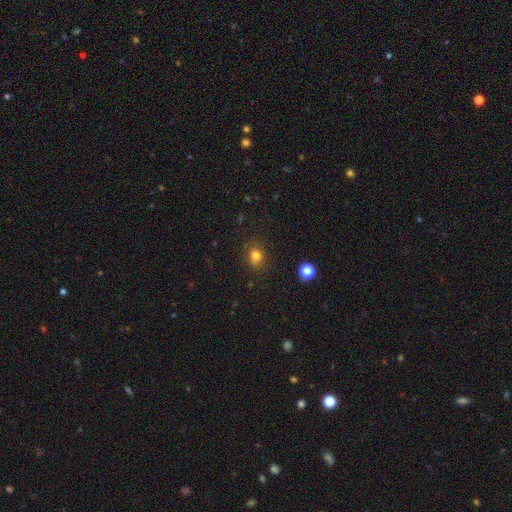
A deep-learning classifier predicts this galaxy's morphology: smooth 78%, star or artifact 15%, featured or disk 6%. Down the decision tree: how rounded — round (63%); merging — none (80%).